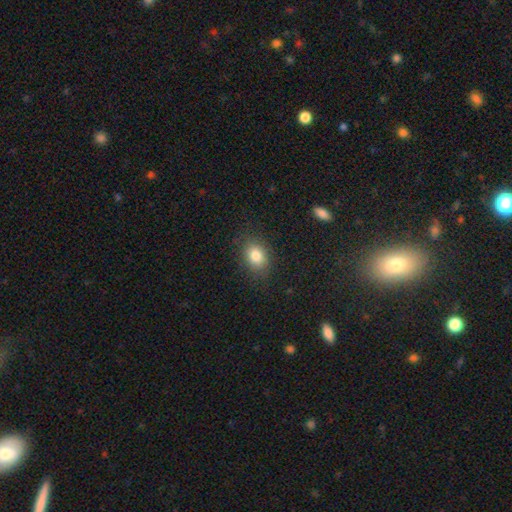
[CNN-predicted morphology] The model was most divided on "how rounded": in between: 66%, round: 33%, cigar-shaped: 1%. More confident: merging — none (83%); smooth or featured — smooth (82%).